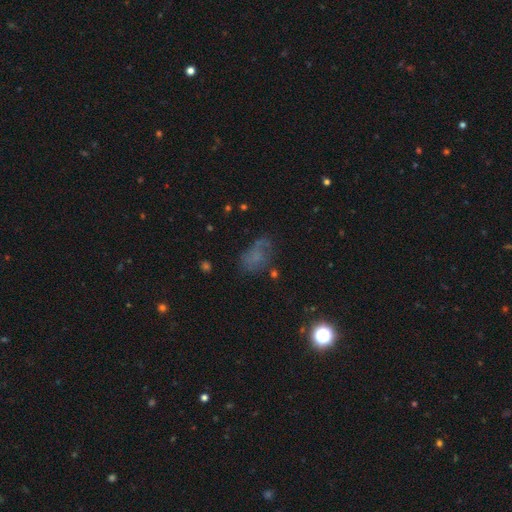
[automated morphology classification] Smooth or featured? smooth (46%)
Merging? none (47%)